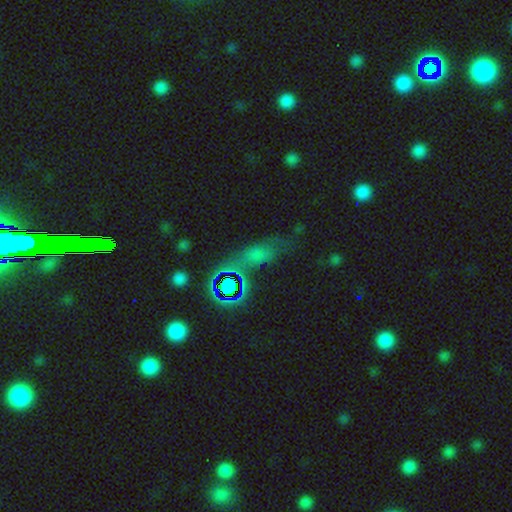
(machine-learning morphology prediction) smooth-or-featured: smooth: 46% | star or artifact: 38% | featured or disk: 16%
  merging: none: 59% | minor disturbance: 20% | major disturbance: 13% | merger: 7%